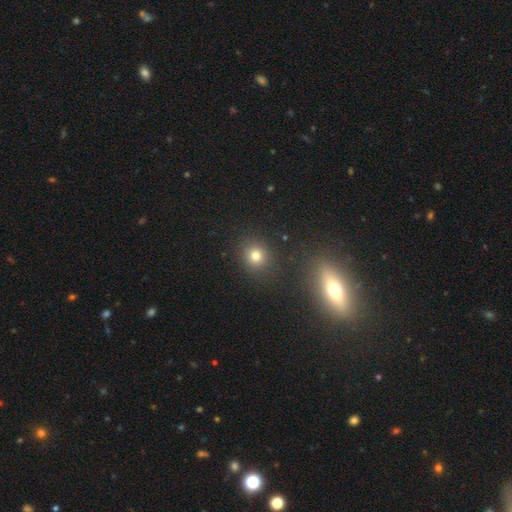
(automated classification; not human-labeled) smooth-or-featured: smooth: 75% | star or artifact: 18% | featured or disk: 7%
  how-rounded: round: 85% | in between: 14% | cigar-shaped: 1%
  merging: none: 85% | minor disturbance: 8% | merger: 4% | major disturbance: 3%